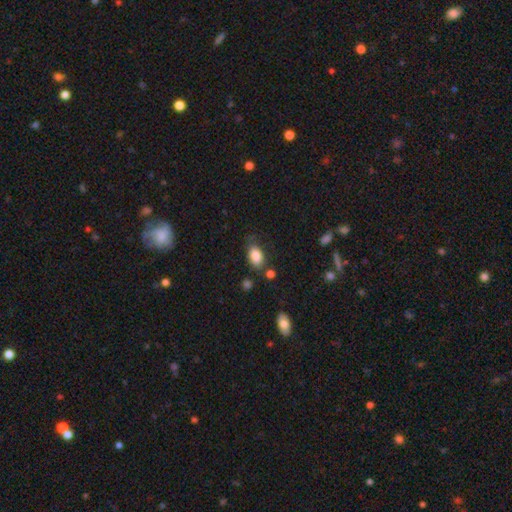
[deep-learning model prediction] Smooth or featured: smooth — 85% (star or artifact — 8%)
How rounded: in between — 88% (round — 10%)
Merging: none — 68% (minor disturbance — 21%)